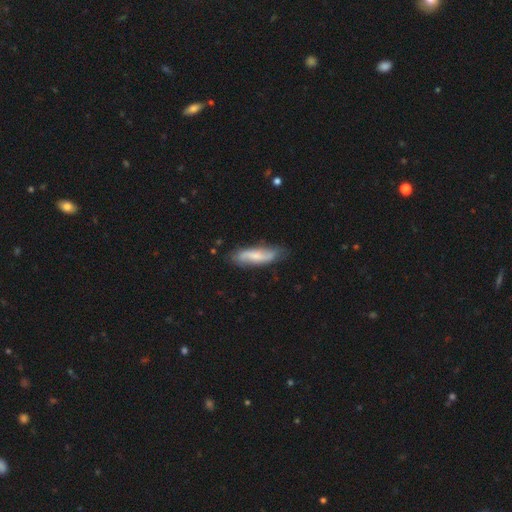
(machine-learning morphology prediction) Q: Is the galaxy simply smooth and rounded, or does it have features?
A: featured or disk — 50%.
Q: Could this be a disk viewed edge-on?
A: no — 77%.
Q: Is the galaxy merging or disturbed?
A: none — 76%.